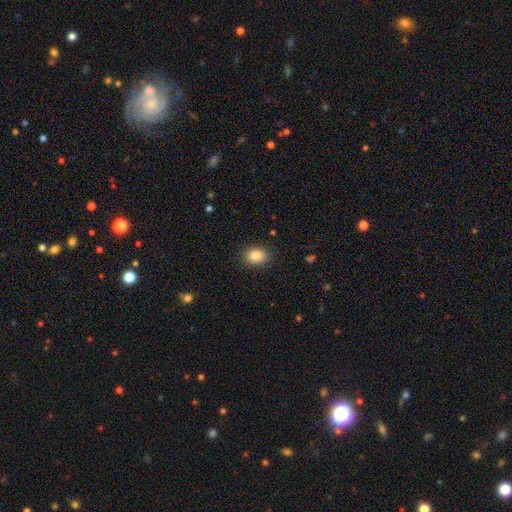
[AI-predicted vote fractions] This appears to be a smooth galaxy with no disk features (84%) that is in between round and cigar-shaped (60%). Merging: none (88%).